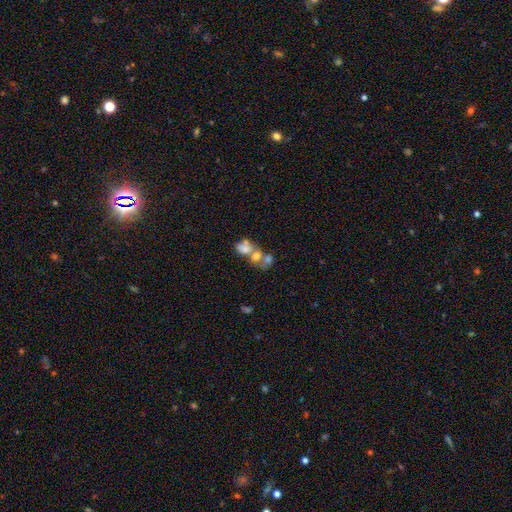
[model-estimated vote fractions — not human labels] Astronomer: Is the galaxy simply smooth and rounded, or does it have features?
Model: smooth — 45% (runner-up: featured or disk, 36%).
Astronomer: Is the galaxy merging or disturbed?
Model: merger — 64%.